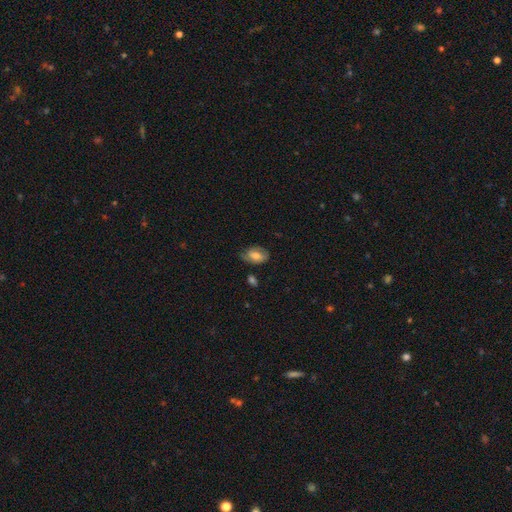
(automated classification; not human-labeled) Overall: smooth (60%; featured or disk 33%). How rounded: in between (89%). Merging: none (67%).